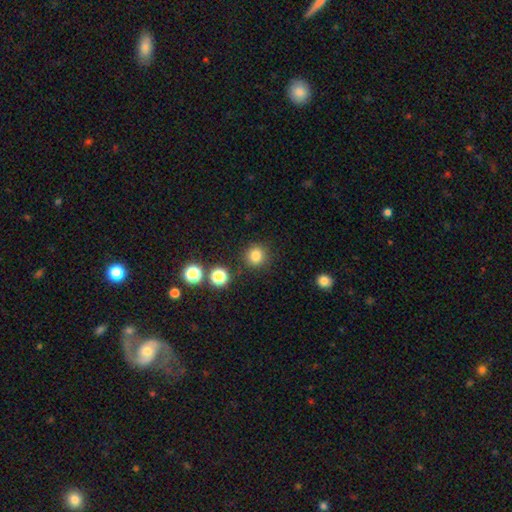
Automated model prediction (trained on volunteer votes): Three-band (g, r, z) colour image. It shows a smooth galaxy with no disk features (81%) that is round (92%). Merging: none (88%).